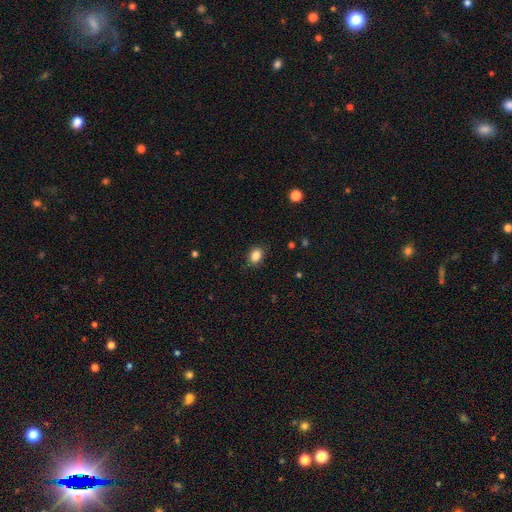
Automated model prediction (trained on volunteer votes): A smooth galaxy with no disk features (86%) that is in between round and cigar-shaped (64%).

Vote fractions:
- Smooth or featured? smooth: 86% / star or artifact: 10% / featured or disk: 5%
- How rounded? in between: 64% / round: 35% / cigar-shaped: 1%
- Merging? none: 84% / minor disturbance: 12% / major disturbance: 3% / merger: 1%